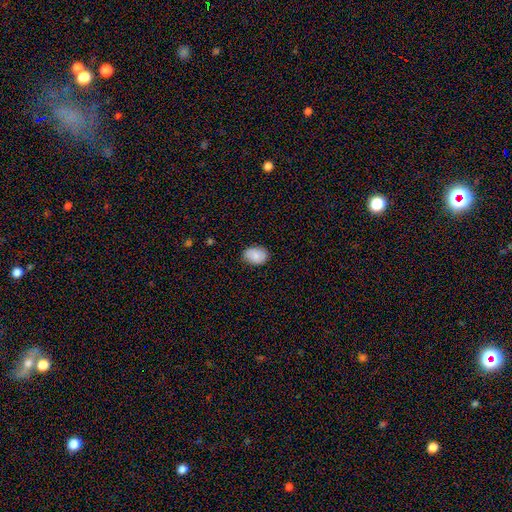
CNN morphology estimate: A smooth galaxy with no disk features (83%) that is in between round and cigar-shaped (76%).

Vote fractions:
- Smooth or featured? smooth: 83% / featured or disk: 11% / star or artifact: 7%
- How rounded? in between: 76% / round: 23% / cigar-shaped: 1%
- Merging? none: 81% / minor disturbance: 15% / major disturbance: 3% / merger: 1%